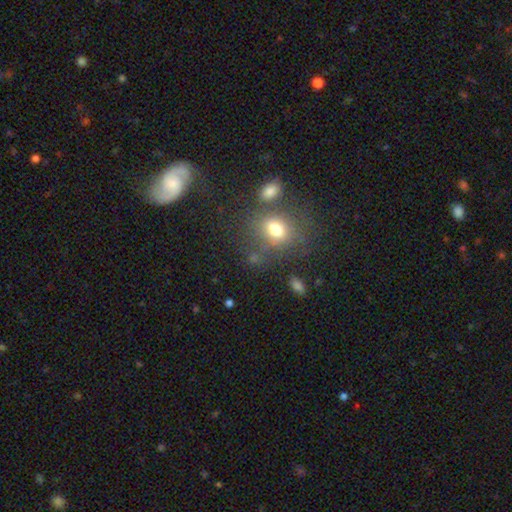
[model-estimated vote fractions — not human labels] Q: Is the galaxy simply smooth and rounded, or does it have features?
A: smooth — 63%.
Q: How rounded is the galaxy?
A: round — 51%.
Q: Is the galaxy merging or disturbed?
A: none — 63%.